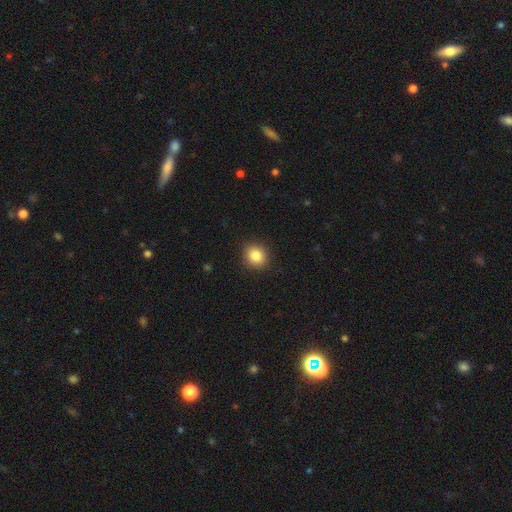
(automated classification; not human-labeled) A smooth galaxy with no disk features (85%) that is round (78%). Merging: none (90%).